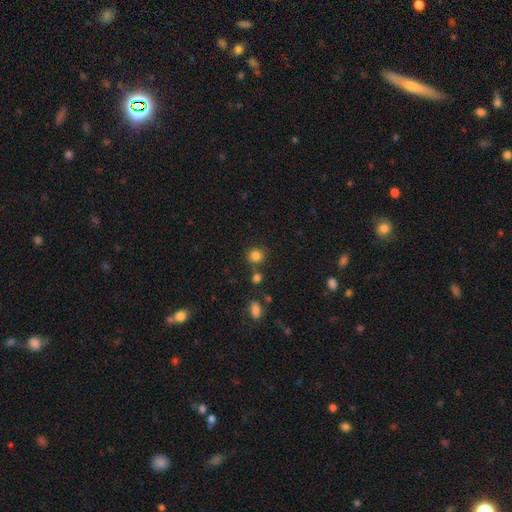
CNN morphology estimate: Smooth or featured: smooth — 82% (star or artifact — 12%)
How rounded: round — 84% (in between — 15%)
Merging: none — 74% (merger — 12%)